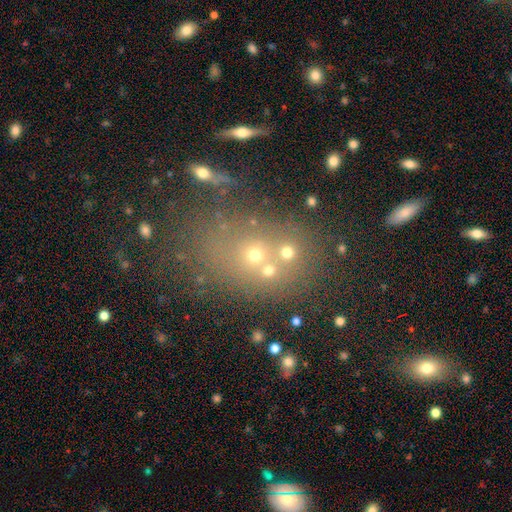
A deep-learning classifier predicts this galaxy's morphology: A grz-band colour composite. It shows a smooth galaxy with no disk features (43%). Merging: none (53%).